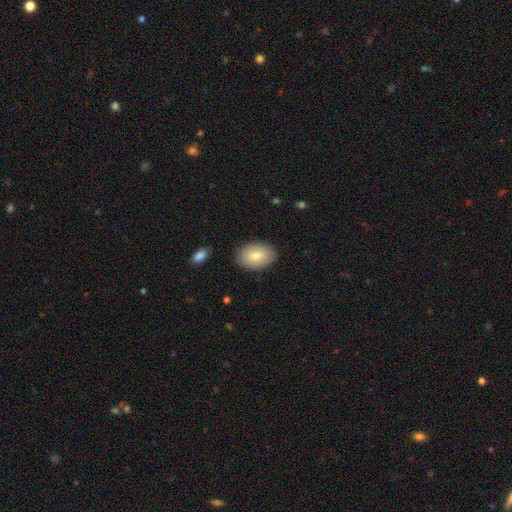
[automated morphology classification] smooth_or_featured: smooth (p=0.74) [alt: featured or disk p=0.19]
how_rounded: in between (p=0.86) [alt: round p=0.13]
merging: none (p=0.86) [alt: minor disturbance p=0.10]